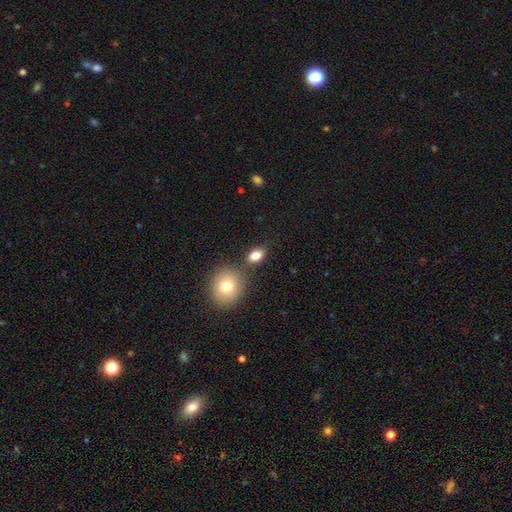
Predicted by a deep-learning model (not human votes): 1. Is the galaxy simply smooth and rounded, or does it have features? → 83% smooth, 9% star or artifact, 8% featured or disk.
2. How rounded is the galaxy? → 80% in between, 17% round, 3% cigar-shaped.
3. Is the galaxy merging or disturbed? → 72% none, 12% minor disturbance, 12% merger, 4% major disturbance.